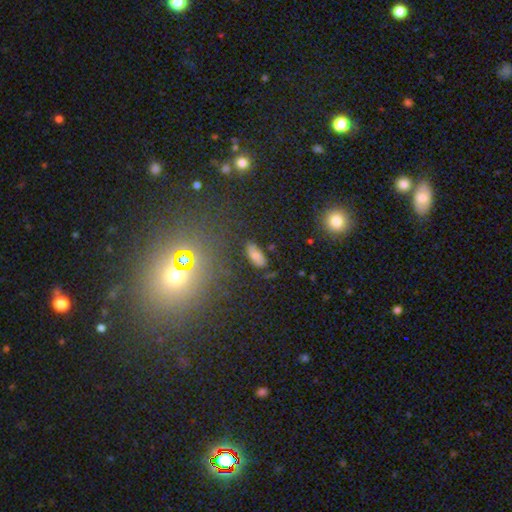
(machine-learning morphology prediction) Smooth or featured? Predicted: smooth (p=0.68). How rounded? Predicted: in between (p=0.83). Merging? Predicted: none (p=0.74).